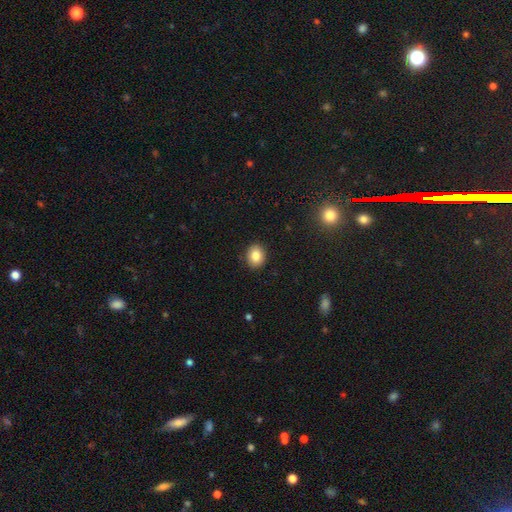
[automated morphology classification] smooth-or-featured: smooth: 84% | star or artifact: 10% | featured or disk: 7%
  how-rounded: round: 60% | in between: 39% | cigar-shaped: 1%
  merging: none: 91% | minor disturbance: 7% | major disturbance: 2% | merger: 1%